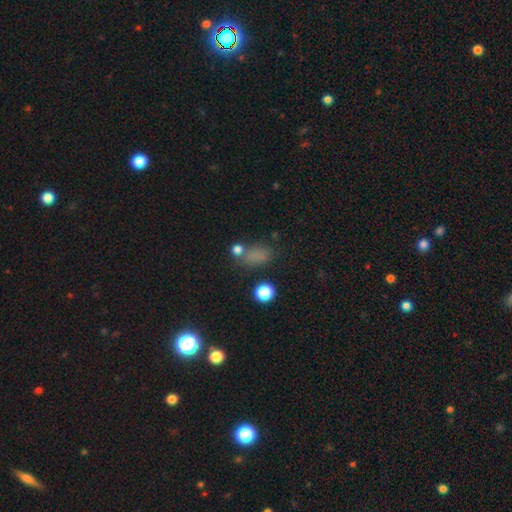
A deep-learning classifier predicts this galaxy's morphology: Smooth or featured?
  - smooth: 67% *
  - star or artifact: 25%
  - featured or disk: 8%
How rounded?
  - in between: 71% *
  - round: 24%
  - cigar-shaped: 5%
Merging?
  - none: 63% *
  - minor disturbance: 16%
  - merger: 12%
  - major disturbance: 9%